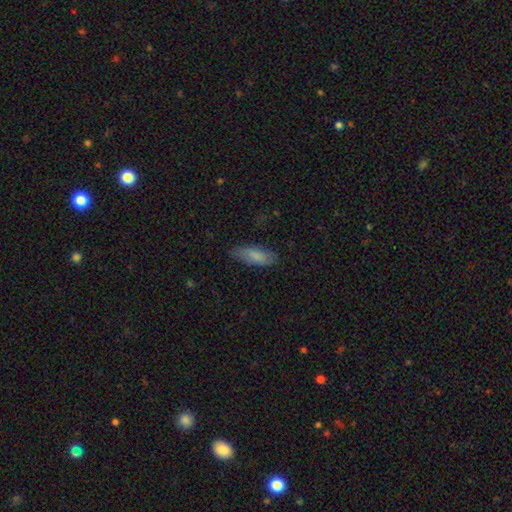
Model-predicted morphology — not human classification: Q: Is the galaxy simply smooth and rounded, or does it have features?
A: smooth — 81%.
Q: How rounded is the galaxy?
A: in between — 67%.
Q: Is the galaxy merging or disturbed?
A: none — 72%.